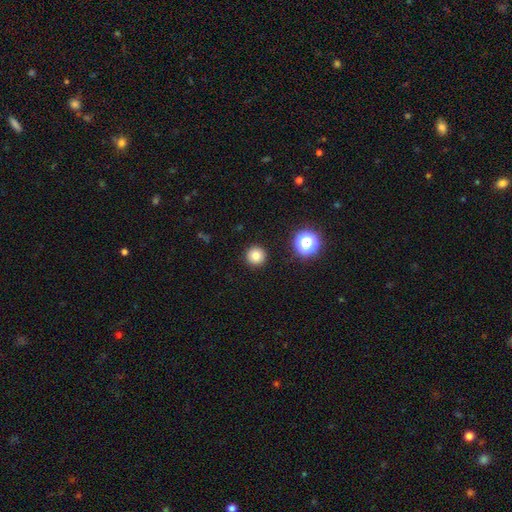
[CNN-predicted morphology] A smooth galaxy with no disk features (79%) that is round (96%).

Vote fractions:
- Smooth or featured? smooth: 79% / star or artifact: 14% / featured or disk: 7%
- How rounded? round: 96% / in between: 3% / cigar-shaped: 1%
- Merging? none: 93% / minor disturbance: 5% / major disturbance: 2% / merger: 1%